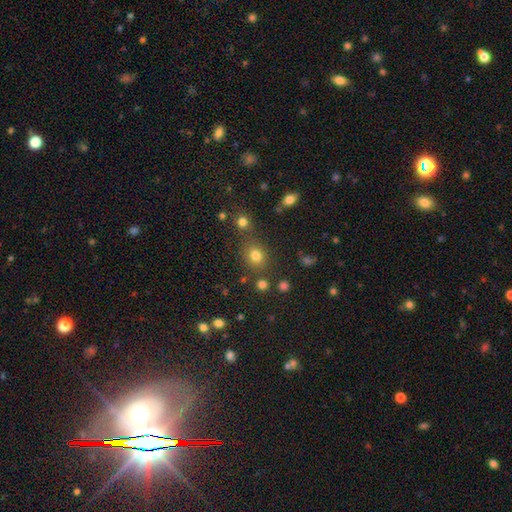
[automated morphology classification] type=smooth (77%); roundness=round (74%); merging=none (73%).